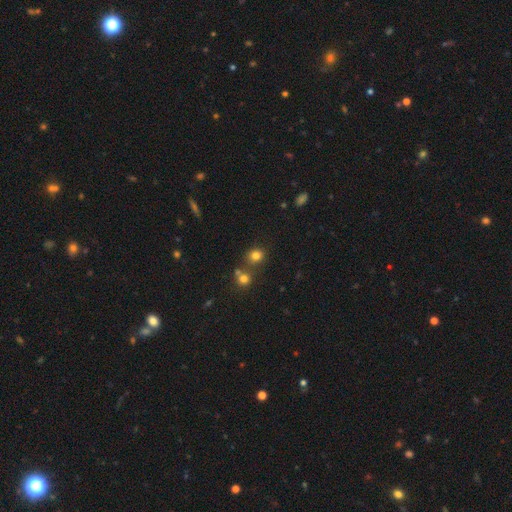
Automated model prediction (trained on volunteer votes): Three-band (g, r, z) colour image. It shows a smooth galaxy with no disk features (77%) that is round (76%). Merging: none (70%).